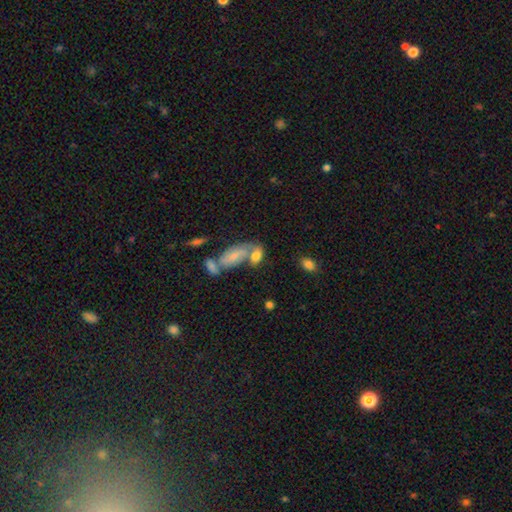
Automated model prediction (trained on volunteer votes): Smooth or featured? smooth (64%)
How rounded? in between (86%)
Merging? merger (51%)